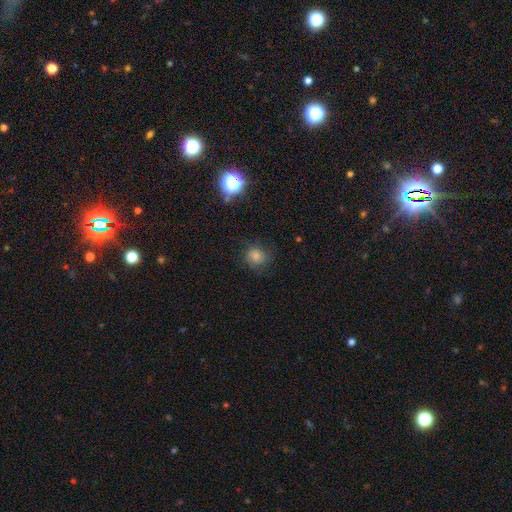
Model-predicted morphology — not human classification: This is likely a smooth galaxy (67%). How rounded: clearly round (84%). Merging: likely none (75%).